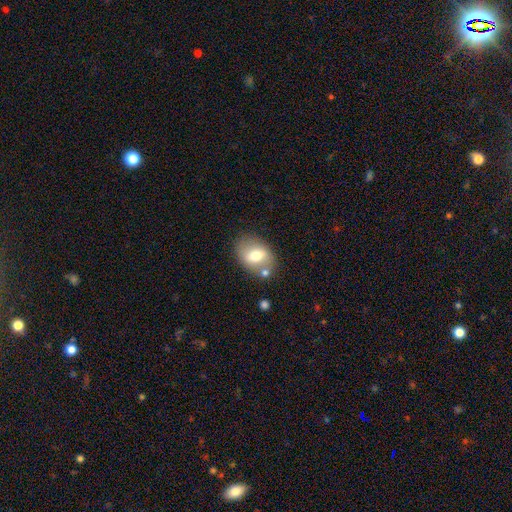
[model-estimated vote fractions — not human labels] smooth_or_featured: smooth (p=0.60) [alt: featured or disk p=0.32]
how_rounded: in between (p=0.74) [alt: round p=0.24]
merging: none (p=0.70) [alt: minor disturbance p=0.15]